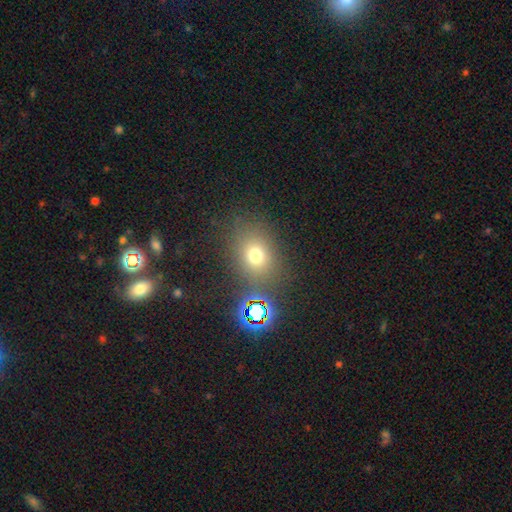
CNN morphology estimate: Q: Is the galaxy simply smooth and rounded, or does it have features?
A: smooth — 66%.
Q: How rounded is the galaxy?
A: round — 56%.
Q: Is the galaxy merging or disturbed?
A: none — 76%.